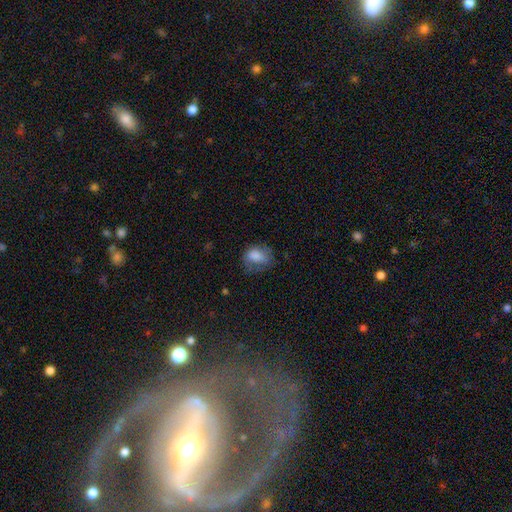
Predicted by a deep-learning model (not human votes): Q: Smooth or featured?
A: smooth (74%); runner-up: featured or disk (16%)
Q: How rounded?
A: in between (60%); runner-up: round (39%)
Q: Merging?
A: none (44%); runner-up: minor disturbance (30%)